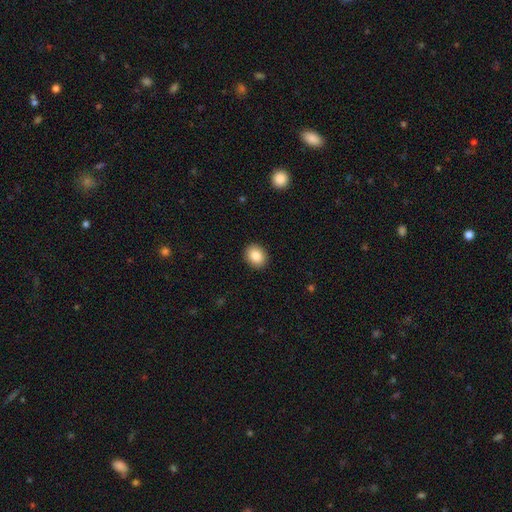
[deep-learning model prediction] This is clearly a smooth galaxy (85%). How rounded: likely round (61%). Merging: clearly none (92%).